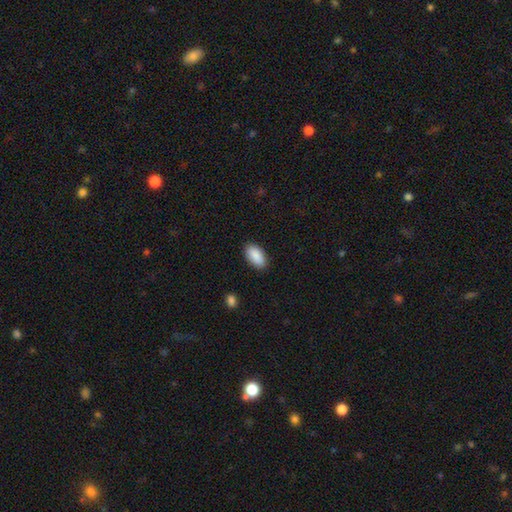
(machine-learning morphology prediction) type=smooth (91%); roundness=in between (94%); merging=none (88%).